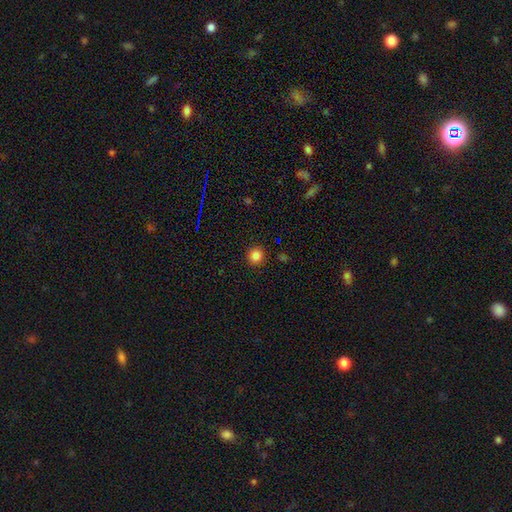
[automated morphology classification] A smooth galaxy with no disk features (84%) that is round (92%). Merging: none (91%).